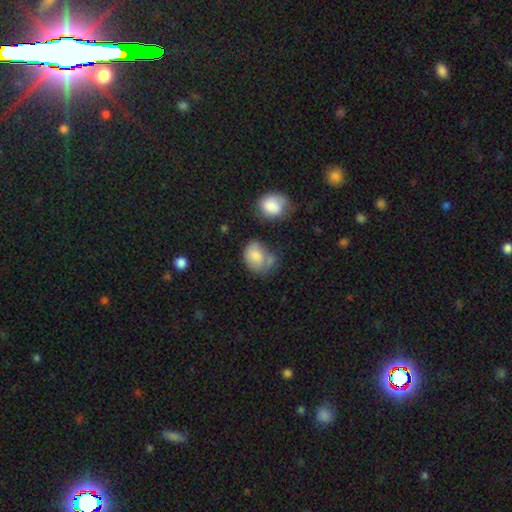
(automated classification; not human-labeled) Smooth or featured? Predicted: smooth (p=0.74). How rounded? Predicted: in between (p=0.62). Merging? Predicted: none (p=0.36).